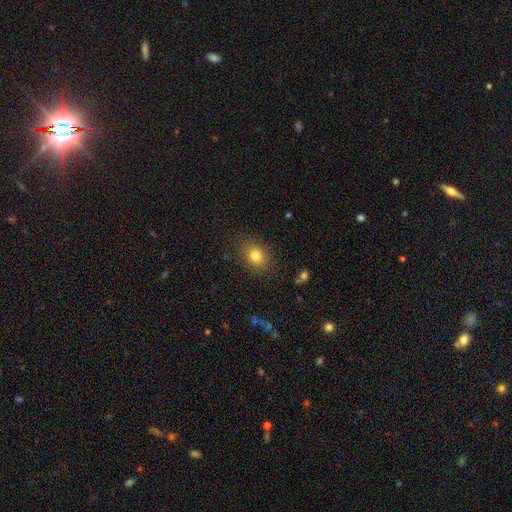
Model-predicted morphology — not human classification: A smooth galaxy with no disk features (81%) that is in between round and cigar-shaped (54%). Merging: none (85%).